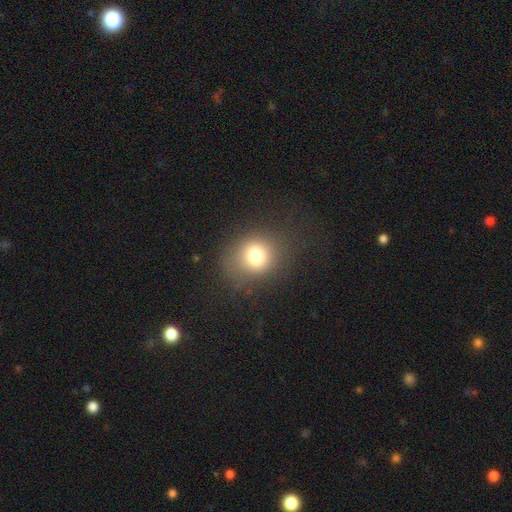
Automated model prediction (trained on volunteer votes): A smooth galaxy with no disk features (76%) that is round (75%).

Vote fractions:
- Smooth or featured? smooth: 76% / star or artifact: 14% / featured or disk: 10%
- How rounded? round: 75% / in between: 24% / cigar-shaped: 1%
- Merging? none: 78% / minor disturbance: 13% / major disturbance: 8% / merger: 1%